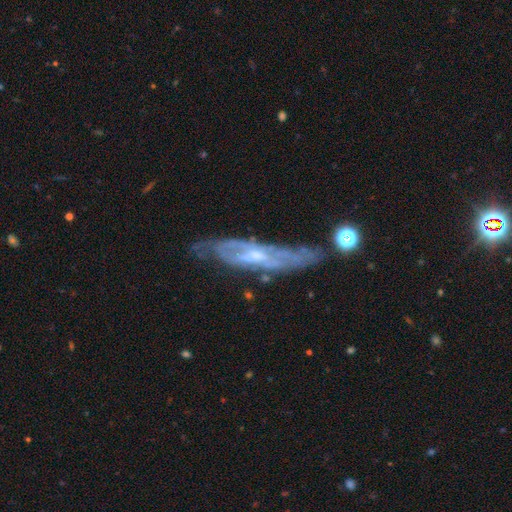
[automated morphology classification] smooth-or-featured: featured or disk: 76% | smooth: 16% | star or artifact: 8%
  disk-edge-on: no: 58% | yes: 42%
  merging: none: 60% | minor disturbance: 24% | major disturbance: 12% | merger: 4%